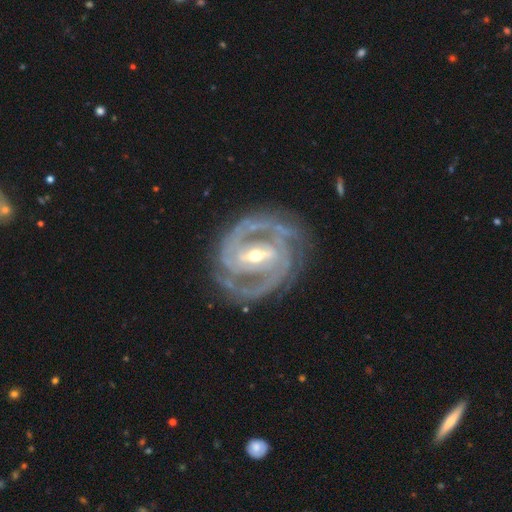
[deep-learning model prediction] Overall: featured or disk (92%). Edge-on disk: no (97%). Bar: strong (63%; weak 28%). Spiral arms: yes (98%). Spiral arm count: 2 (71%). Spiral winding: tight (61%; medium 35%). Bulge size: small (50%; moderate 46%). Merging: none (78%).